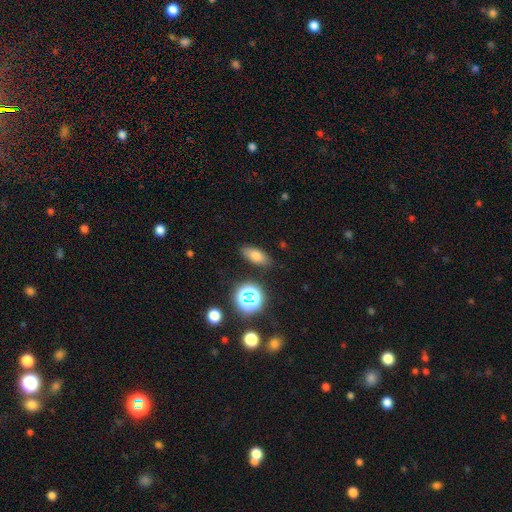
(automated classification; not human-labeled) Smooth or featured? Predicted: smooth (p=0.73). How rounded? Predicted: in between (p=0.79). Merging? Predicted: none (p=0.84).